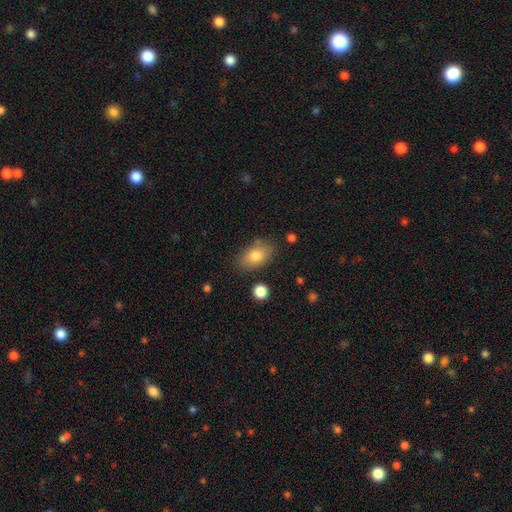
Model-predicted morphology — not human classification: Q: Smooth or featured?
A: smooth (80%); runner-up: featured or disk (13%)
Q: How rounded?
A: in between (88%); runner-up: round (10%)
Q: Merging?
A: none (77%); runner-up: minor disturbance (15%)